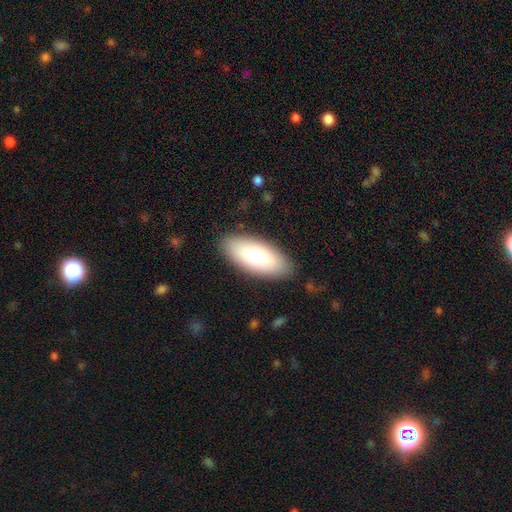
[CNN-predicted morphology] smooth 73%, featured or disk 21%, star or artifact 6%. Down the decision tree: how rounded — in between (86%); merging — none (87%).